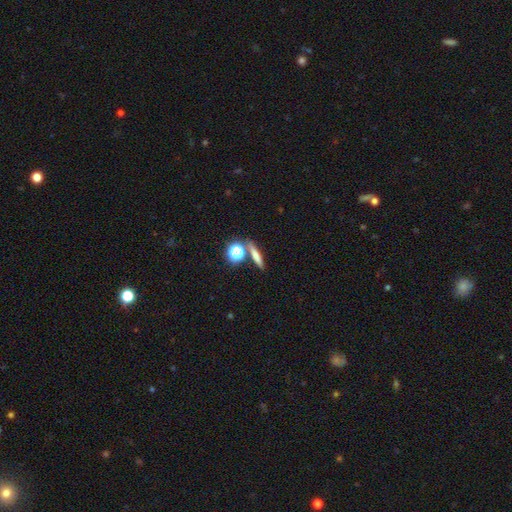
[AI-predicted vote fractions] This appears to be a smooth galaxy with no disk features (62%) that is cigar-shaped (65%). Merging: none (76%).